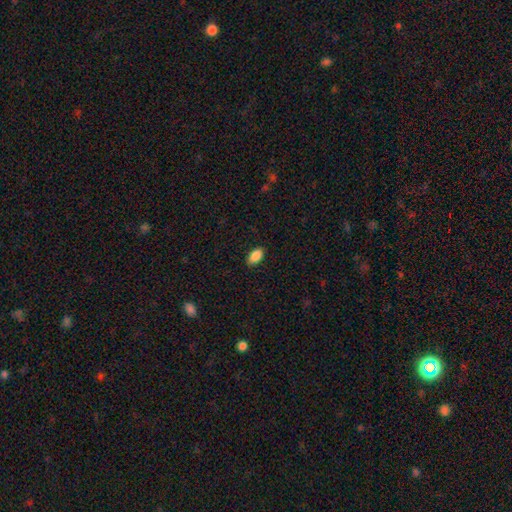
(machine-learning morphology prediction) A smooth galaxy with no disk features (89%) that is in between round and cigar-shaped (93%).

Vote fractions:
- Smooth or featured? smooth: 89% / star or artifact: 8% / featured or disk: 4%
- How rounded? in between: 93% / round: 4% / cigar-shaped: 2%
- Merging? none: 87% / minor disturbance: 10% / major disturbance: 2% / merger: 1%